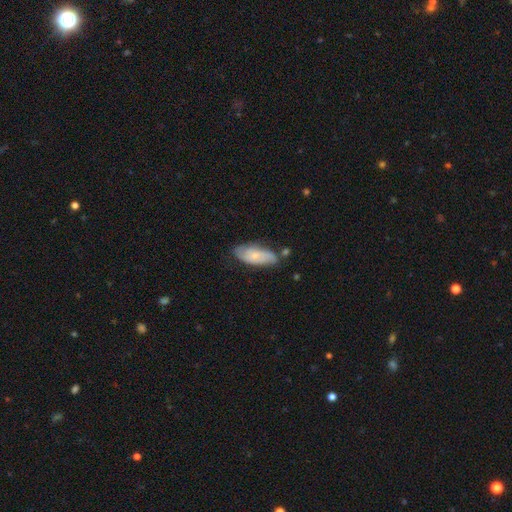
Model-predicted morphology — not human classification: A featured or disk galaxy (47%, tied with smooth).

Vote fractions:
- Smooth or featured? featured or disk: 47% (tied) / smooth: 47% (tied) / star or artifact: 6%
- Merging? none: 66% / minor disturbance: 24% / major disturbance: 5% / merger: 5%